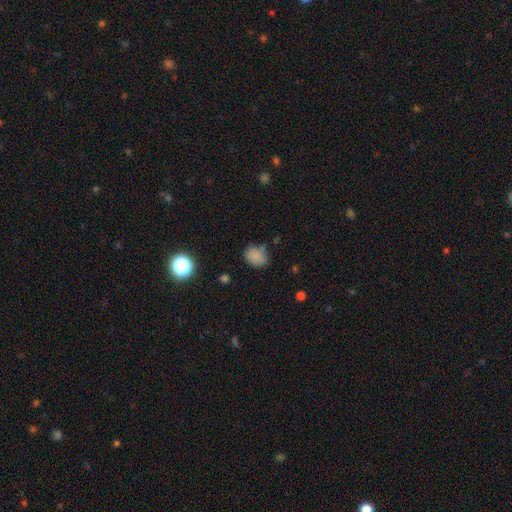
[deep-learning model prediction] This is clearly a smooth galaxy (82%). How rounded: likely in between (62%). Merging: likely none (65%).